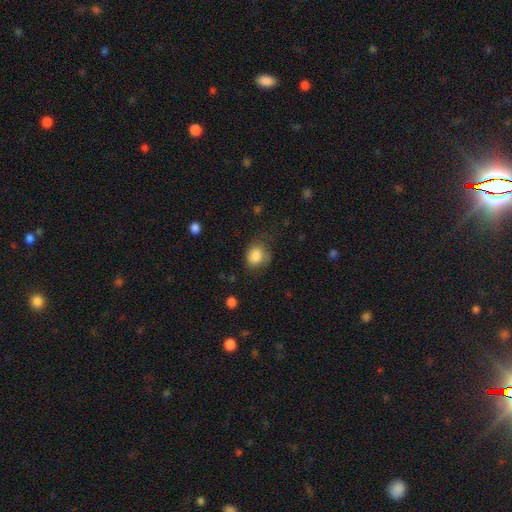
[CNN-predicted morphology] This is clearly a smooth galaxy (85%). How rounded: possibly round (52%). Merging: possibly none (55%).